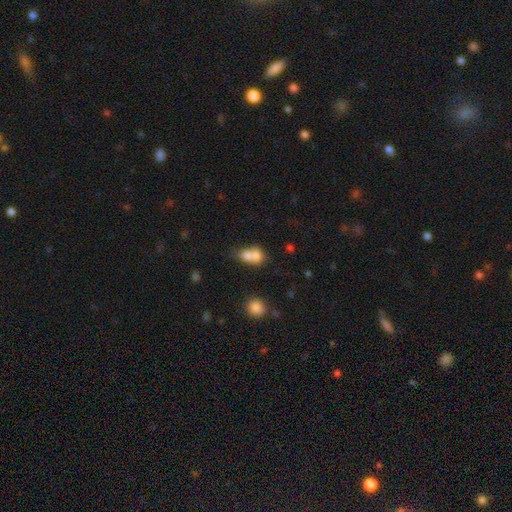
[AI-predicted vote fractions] This appears to be a smooth galaxy with no disk features (72%) that is in between round and cigar-shaped (56%). Merging: merger (69%).